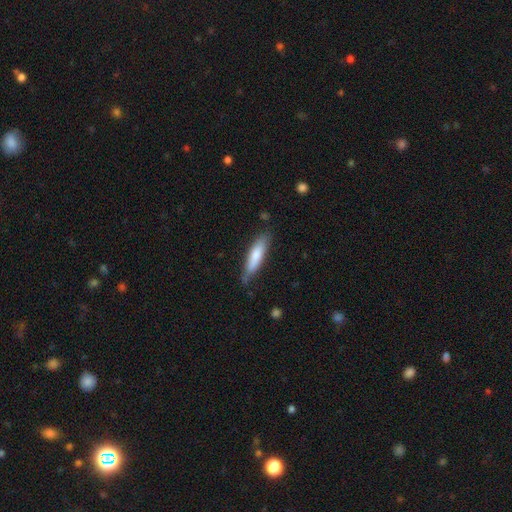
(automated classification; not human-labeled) Smooth or featured?
  - smooth: 76% *
  - featured or disk: 18%
  - star or artifact: 6%
How rounded?
  - cigar-shaped: 70% *
  - in between: 28%
  - round: 1%
Merging?
  - none: 68% *
  - minor disturbance: 25%
  - major disturbance: 5%
  - merger: 2%